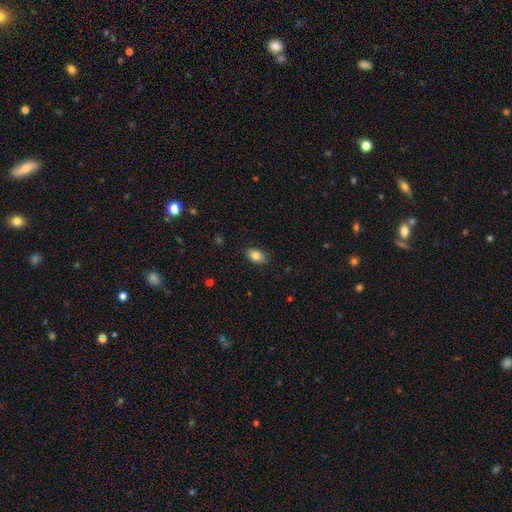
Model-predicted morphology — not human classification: smooth 82%, featured or disk 10%, star or artifact 8%. Down the decision tree: how rounded — in between (89%); merging — none (87%).